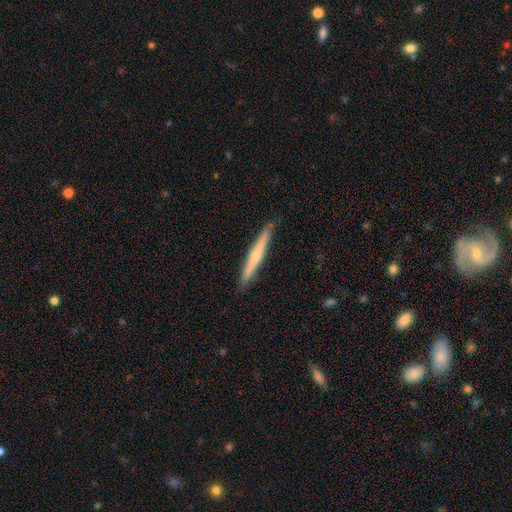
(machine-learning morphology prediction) This is possibly a smooth galaxy (49%). Merging: clearly none (90%).